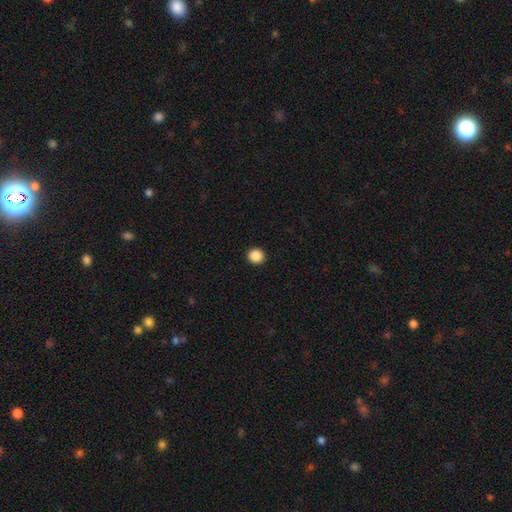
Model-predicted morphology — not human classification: smooth 88%, star or artifact 9%, featured or disk 3%. Down the decision tree: how rounded — round (89%); merging — none (93%).